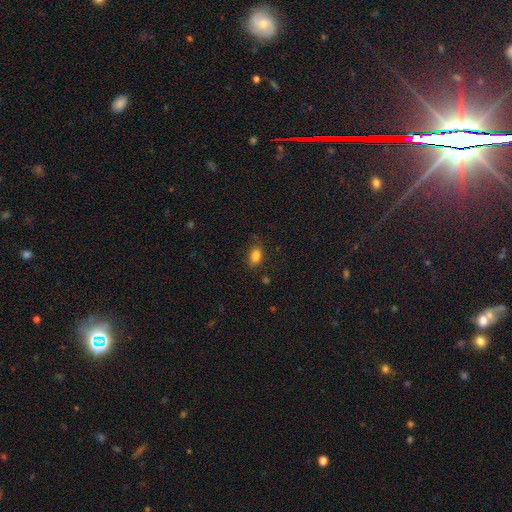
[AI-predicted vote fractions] smooth 84%, star or artifact 10%, featured or disk 6%. Down the decision tree: how rounded — in between (85%); merging — none (79%).